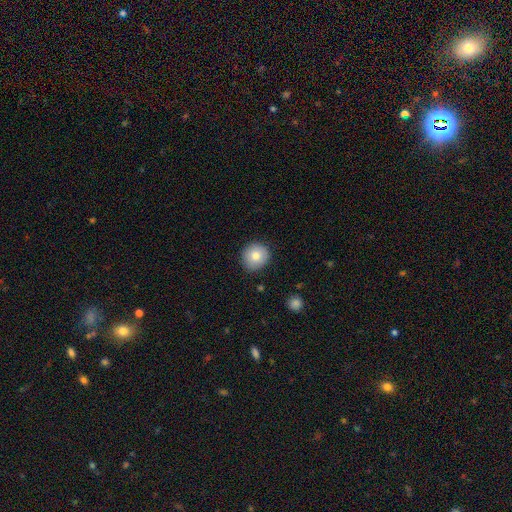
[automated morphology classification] This appears to be a smooth galaxy with no disk features (78%) that is round (92%). Merging: none (87%).